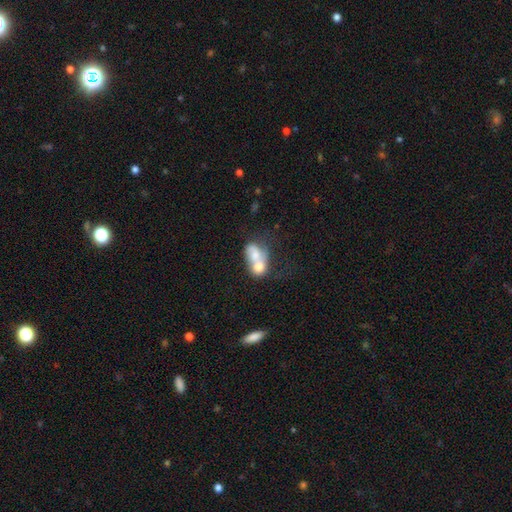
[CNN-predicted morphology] Smooth or featured?
  - smooth: 60% *
  - featured or disk: 32%
  - star or artifact: 8%
How rounded?
  - in between: 67% *
  - round: 30%
  - cigar-shaped: 2%
Merging?
  - merger: 75% *
  - none: 11%
  - major disturbance: 7%
  - minor disturbance: 6%